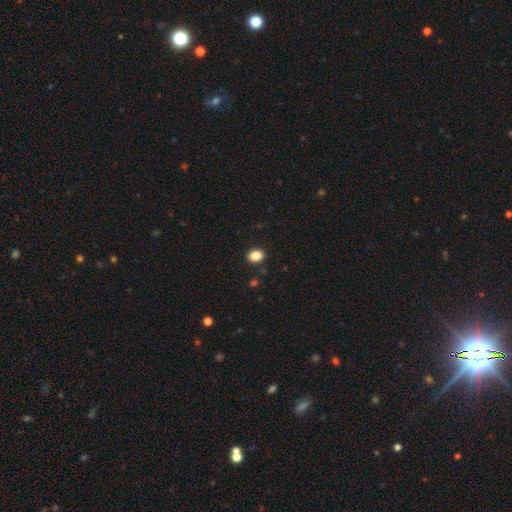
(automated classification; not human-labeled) Smooth or featured? smooth (87%)
How rounded? in between (56%)
Merging? none (89%)